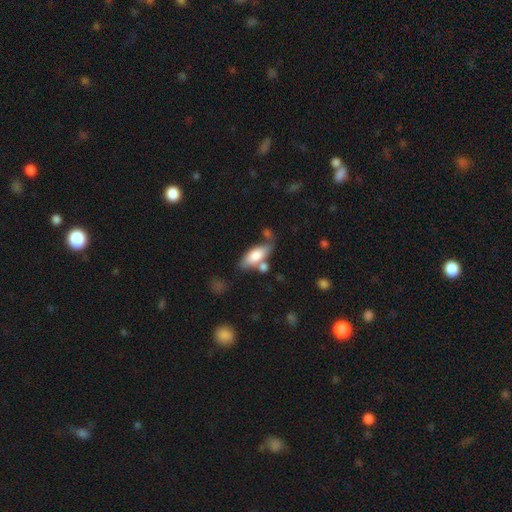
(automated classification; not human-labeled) Morphology: type=smooth (75%); roundness=in between (78%); merging=none (57%).